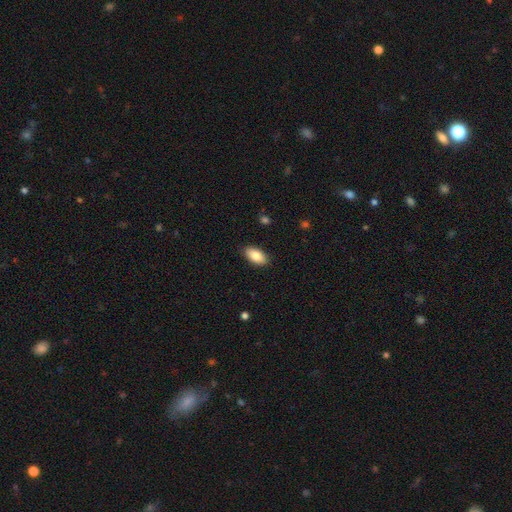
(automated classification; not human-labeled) Q: Smooth or featured?
A: smooth (86%); runner-up: featured or disk (7%)
Q: How rounded?
A: in between (93%); runner-up: cigar-shaped (4%)
Q: Merging?
A: none (88%); runner-up: minor disturbance (9%)